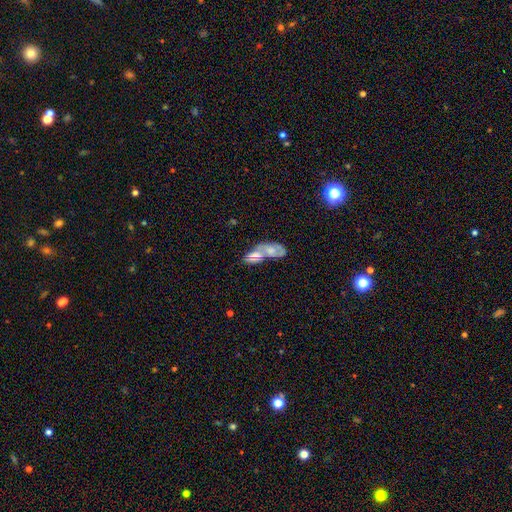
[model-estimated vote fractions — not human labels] Smooth or featured: smooth — 56% (featured or disk — 36%)
How rounded: in between — 84% (cigar-shaped — 10%)
Merging: merger — 77% (none — 12%)